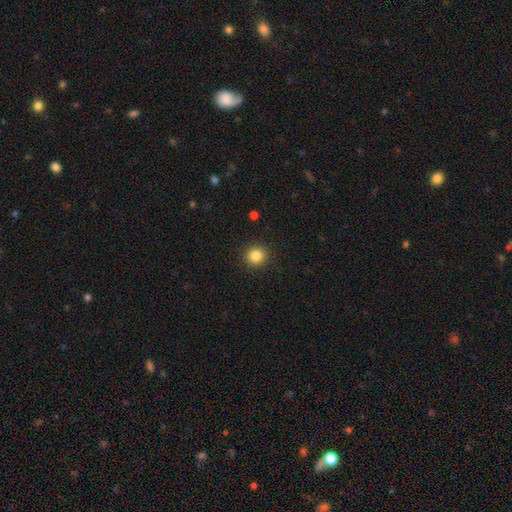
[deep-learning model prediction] A smooth galaxy with no disk features (85%) that is round (92%). Merging: none (92%).